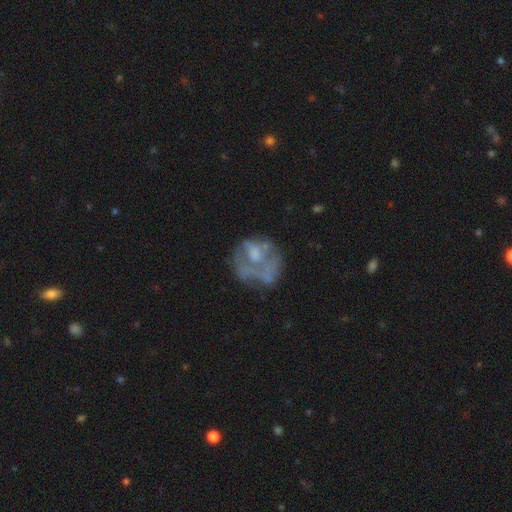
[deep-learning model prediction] A featured or disk galaxy (55%) with no bar (82%), no spiral arms (83%) and no central bulge (41%).

Vote fractions:
- Smooth or featured? featured or disk: 55% / smooth: 33% / star or artifact: 12%
- Edge-on disk? no: 98% / yes: 2%
- Bar? no: 82% / weak: 14% / strong: 3%
- Spiral arms? no: 83% / yes: 17%
- Bulge size? none: 41% / moderate: 33% / small: 18% / large: 7% / dominant: 2%
- Merging? none: 36% / major disturbance: 35% / minor disturbance: 20% / merger: 9%